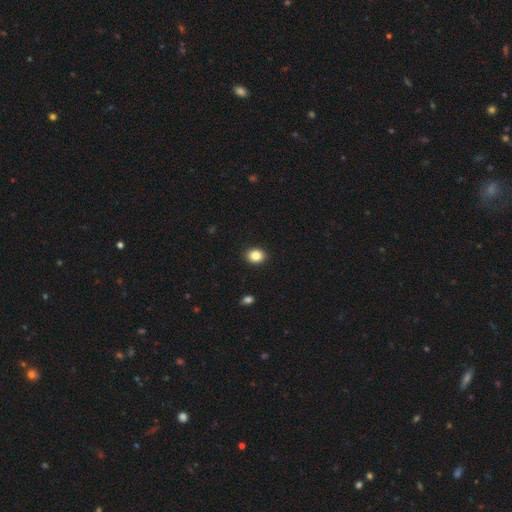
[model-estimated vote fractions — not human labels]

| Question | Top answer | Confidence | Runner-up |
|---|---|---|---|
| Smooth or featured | smooth | 85% | star or artifact (9%) |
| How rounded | in between | 52% | round (47%) |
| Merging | none | 91% | minor disturbance (6%) |